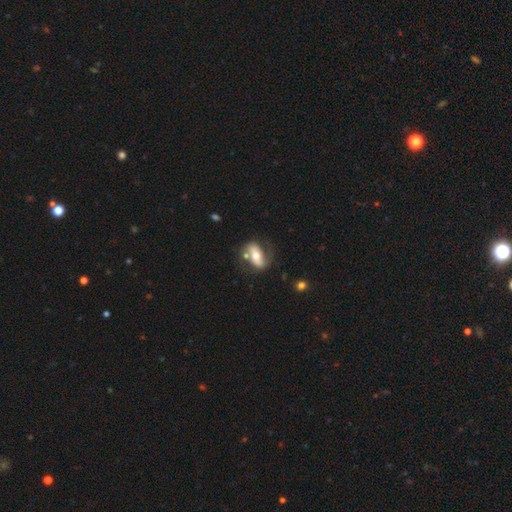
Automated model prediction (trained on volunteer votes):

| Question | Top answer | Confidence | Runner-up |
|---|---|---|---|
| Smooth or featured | featured or disk | 61% | smooth (33%) |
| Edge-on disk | no | 87% | yes (13%) |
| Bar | strong | 43% | no (35%) |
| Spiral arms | yes | 67% | no (33%) |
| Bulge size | moderate | 68% | small (20%) |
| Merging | none | 59% | minor disturbance (20%) |